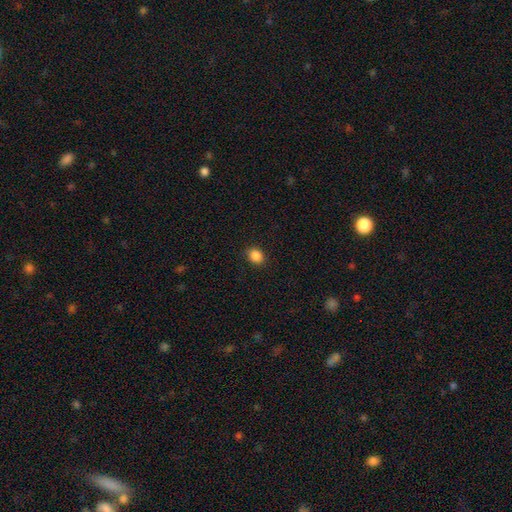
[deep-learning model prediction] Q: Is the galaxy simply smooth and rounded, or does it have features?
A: smooth — 87%.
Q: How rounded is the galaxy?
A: round — 60%.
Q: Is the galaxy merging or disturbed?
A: none — 90%.